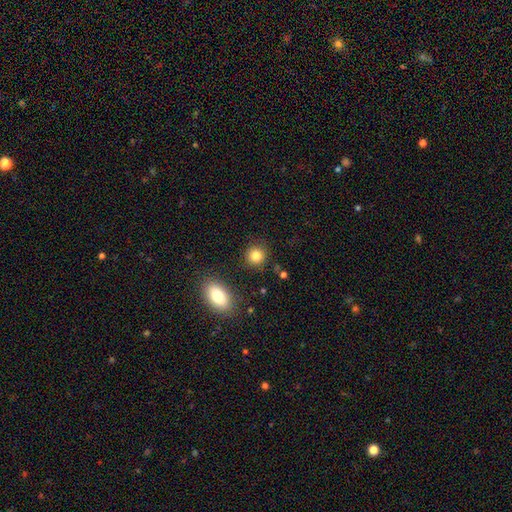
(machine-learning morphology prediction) A smooth galaxy with no disk features (84%) that is round (86%).

Vote fractions:
- Smooth or featured? smooth: 84% / star or artifact: 10% / featured or disk: 5%
- How rounded? round: 86% / in between: 13% / cigar-shaped: 1%
- Merging? none: 86% / minor disturbance: 8% / merger: 3% / major disturbance: 3%